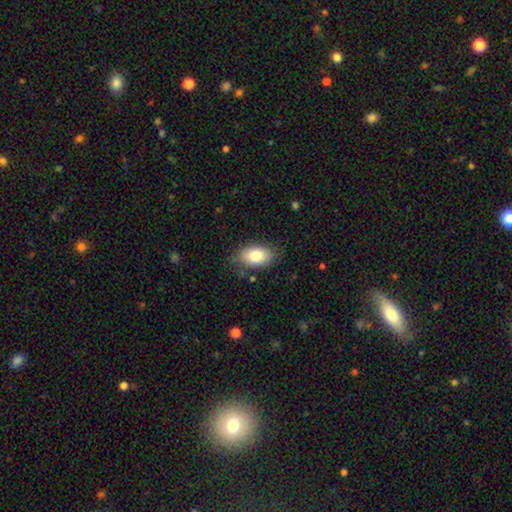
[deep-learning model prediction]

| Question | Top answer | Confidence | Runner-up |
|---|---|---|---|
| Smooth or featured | smooth | 81% | featured or disk (12%) |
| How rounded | in between | 91% | round (7%) |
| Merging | none | 74% | minor disturbance (20%) |